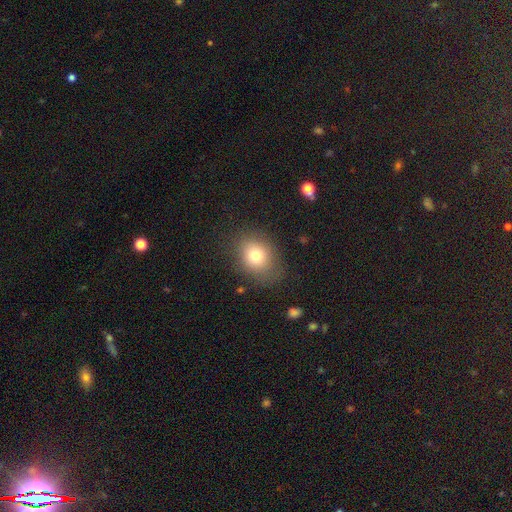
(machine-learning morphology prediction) A smooth galaxy with no disk features (76%) that is round (54%). Merging: none (77%).